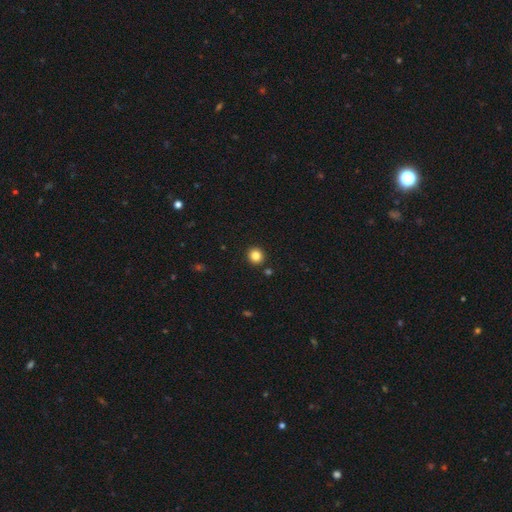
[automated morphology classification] Smooth or featured? Predicted: smooth (p=0.84). How rounded? Predicted: round (p=0.93). Merging? Predicted: none (p=0.91).